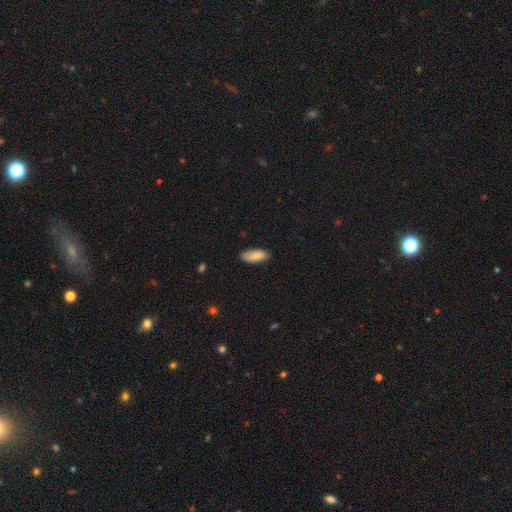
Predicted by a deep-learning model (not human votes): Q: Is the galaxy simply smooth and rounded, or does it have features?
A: smooth — 77%.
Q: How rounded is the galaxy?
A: in between — 83%.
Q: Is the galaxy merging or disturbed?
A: none — 83%.